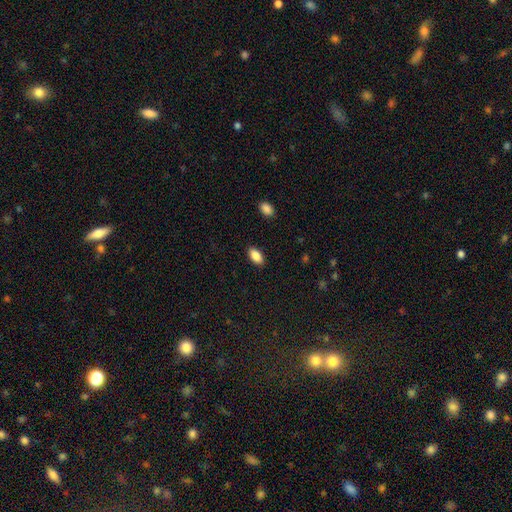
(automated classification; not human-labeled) smooth_or_featured: smooth (p=0.88) [alt: star or artifact p=0.08]
how_rounded: in between (p=0.92) [alt: round p=0.04]
merging: none (p=0.88) [alt: minor disturbance p=0.08]